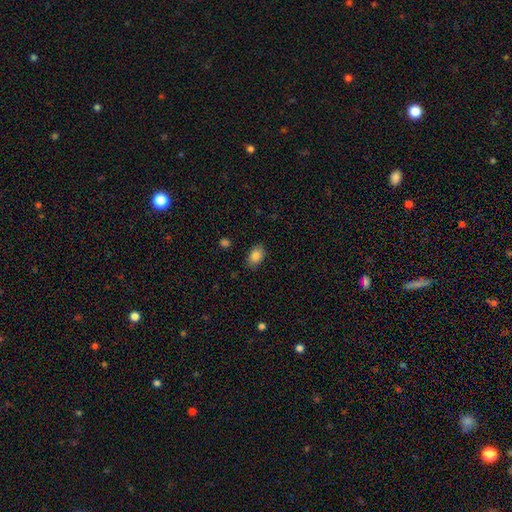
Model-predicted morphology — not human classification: Smooth or featured? Predicted: smooth (p=0.85). How rounded? Predicted: in between (p=0.86). Merging? Predicted: none (p=0.86).